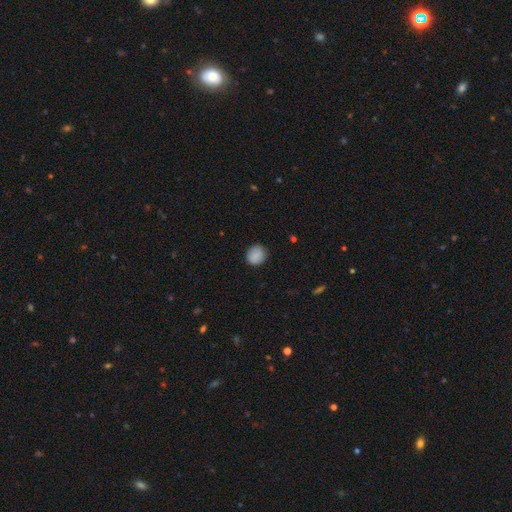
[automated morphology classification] Smooth or featured?
  - smooth: 88% *
  - star or artifact: 8%
  - featured or disk: 4%
How rounded?
  - round: 82% *
  - in between: 17%
  - cigar-shaped: 1%
Merging?
  - none: 87% *
  - minor disturbance: 10%
  - major disturbance: 2%
  - merger: 1%